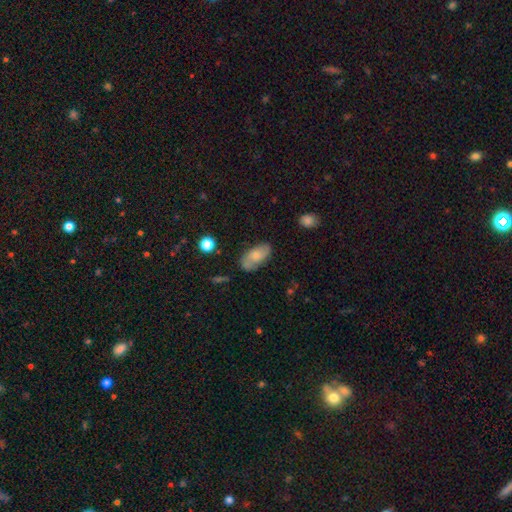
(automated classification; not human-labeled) Morphology: type=smooth (65%); roundness=in between (92%); merging=none (68%).